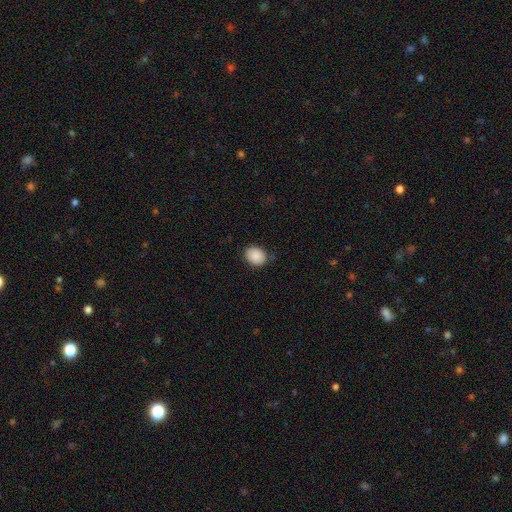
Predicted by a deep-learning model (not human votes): smooth-or-featured: smooth: 89% | star or artifact: 8% | featured or disk: 3%
  how-rounded: in between: 53% | round: 46% | cigar-shaped: 1%
  merging: none: 81% | minor disturbance: 14% | major disturbance: 3% | merger: 1%